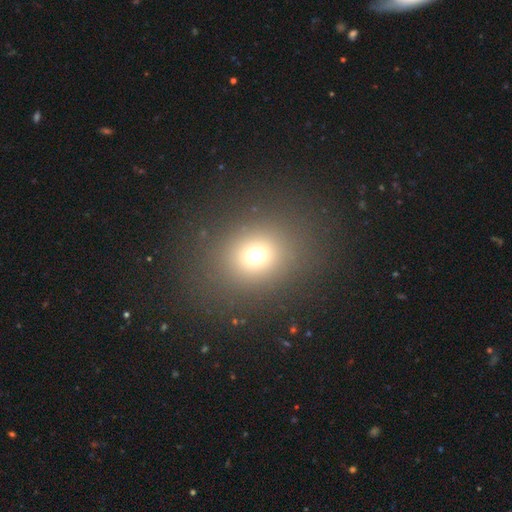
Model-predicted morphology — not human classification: Smooth or featured?
  - smooth: 69% *
  - star or artifact: 22%
  - featured or disk: 9%
How rounded?
  - round: 72% *
  - in between: 27%
  - cigar-shaped: 1%
Merging?
  - none: 85% *
  - minor disturbance: 7%
  - major disturbance: 6%
  - merger: 2%